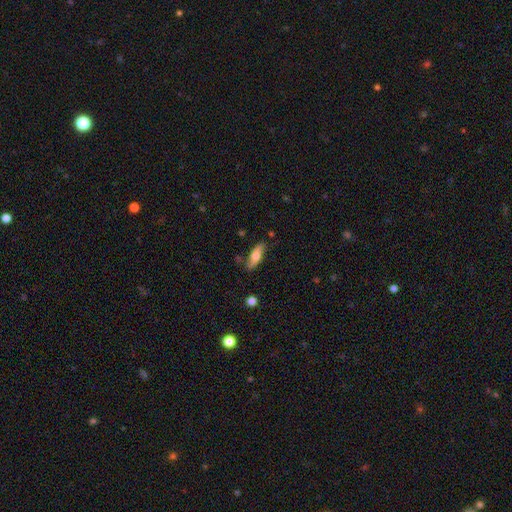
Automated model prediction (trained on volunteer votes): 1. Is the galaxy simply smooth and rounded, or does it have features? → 61% smooth, 32% featured or disk, 7% star or artifact.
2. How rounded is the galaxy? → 57% in between, 40% cigar-shaped, 3% round.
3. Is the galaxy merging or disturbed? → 76% none, 18% minor disturbance, 4% major disturbance, 3% merger.